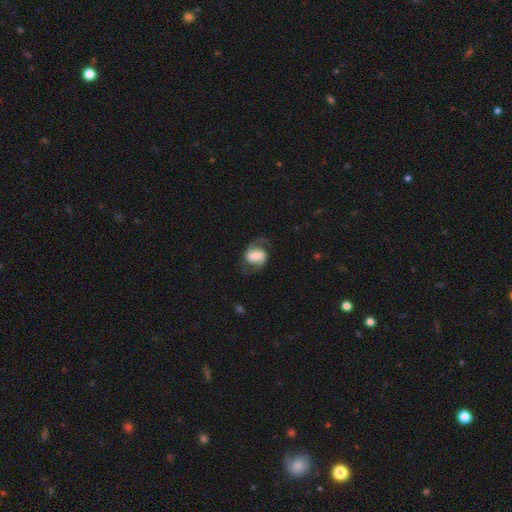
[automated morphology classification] Smooth or featured? featured or disk (71%)
Edge-on disk? no (97%)
Bar? weak (39%)
Spiral arms? yes (92%)
Spiral winding? medium (49%)
Spiral arm count? 2 (89%)
Bulge size? moderate (36%)
Merging? none (69%)